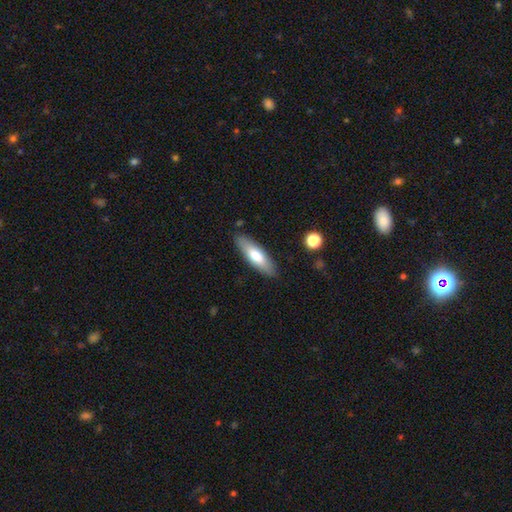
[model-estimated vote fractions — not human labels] Smooth or featured: smooth — 69% (featured or disk — 25%)
How rounded: cigar-shaped — 53% (in between — 45%)
Merging: none — 86% (minor disturbance — 10%)